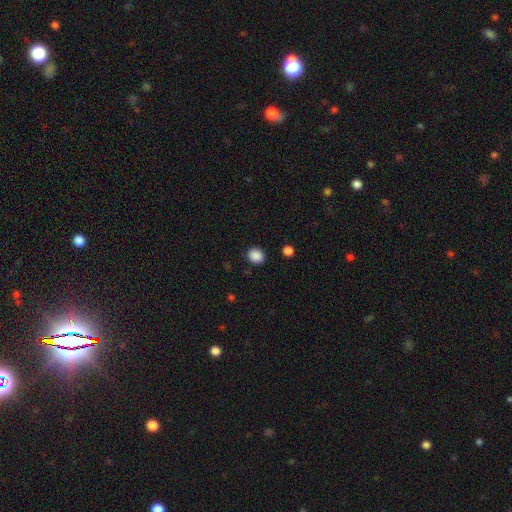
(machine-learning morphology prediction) smooth-or-featured: smooth: 88% | star or artifact: 9% | featured or disk: 3%
  how-rounded: round: 74% | in between: 26% | cigar-shaped: 1%
  merging: none: 89% | minor disturbance: 7% | major disturbance: 2% | merger: 2%